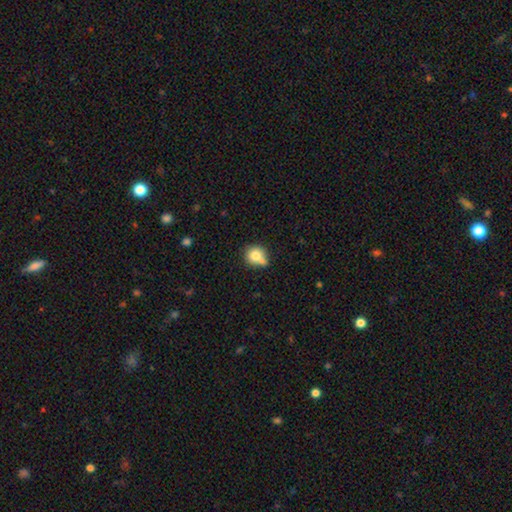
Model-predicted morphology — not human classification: type=smooth (78%); roundness=round (81%); merging=none (49%).